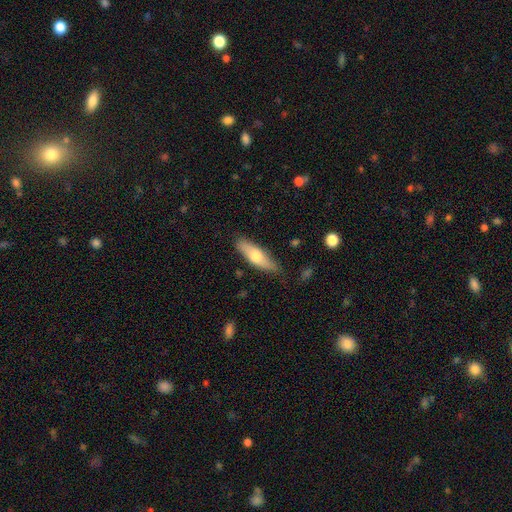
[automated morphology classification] Smooth or featured? Predicted: smooth (p=0.61). How rounded? Predicted: cigar-shaped (p=0.52). Merging? Predicted: none (p=0.80).